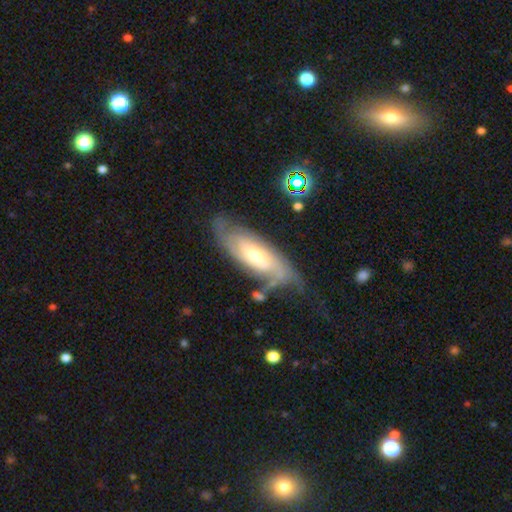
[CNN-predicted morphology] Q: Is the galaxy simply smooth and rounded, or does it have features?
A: featured or disk — 72%.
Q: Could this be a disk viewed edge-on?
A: no — 83%.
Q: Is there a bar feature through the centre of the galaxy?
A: no — 55%.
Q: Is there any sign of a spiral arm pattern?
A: yes — 89%.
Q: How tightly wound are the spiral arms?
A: tight — 55%.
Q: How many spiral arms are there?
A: can't tell — 42%.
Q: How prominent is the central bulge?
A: moderate — 51%.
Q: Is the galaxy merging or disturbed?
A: none — 63%.